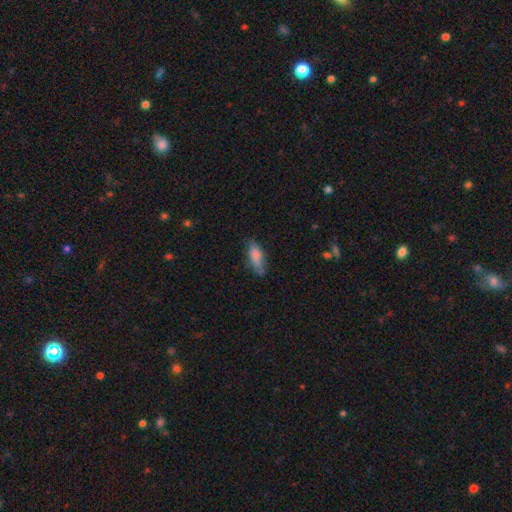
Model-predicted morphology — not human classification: Overall: smooth (79%). How rounded: in between (64%; cigar-shaped 34%). Merging: none (57%; minor disturbance 30%).